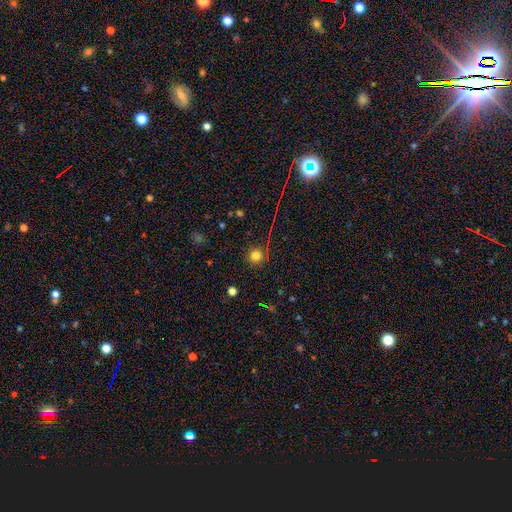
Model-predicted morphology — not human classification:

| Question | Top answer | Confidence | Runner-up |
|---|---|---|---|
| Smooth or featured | smooth | 75% | star or artifact (18%) |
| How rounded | round | 94% | in between (5%) |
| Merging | none | 87% | minor disturbance (8%) |